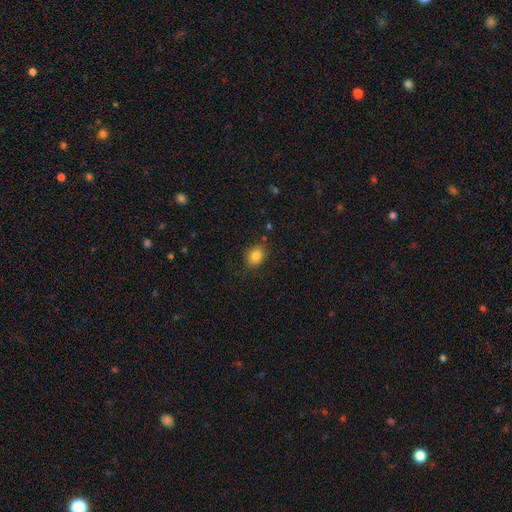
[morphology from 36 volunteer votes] Volunteers were most divided on "how rounded": round: 52%, in between: 48%, cigar-shaped: 0%. More confident: smooth or featured — smooth (86%); merging — none (80%).